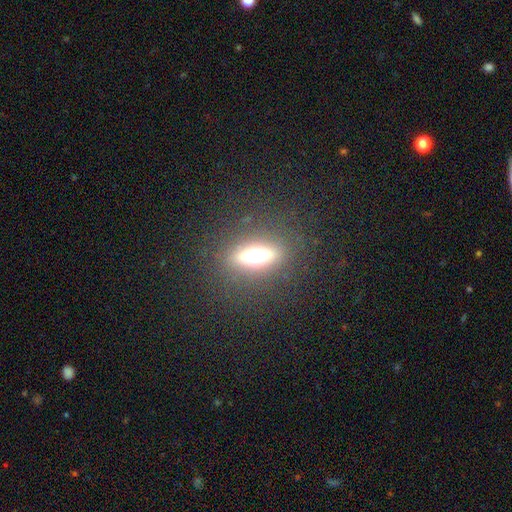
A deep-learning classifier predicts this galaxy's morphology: Q: Smooth or featured?
A: featured or disk (41%); tied with: smooth (41%)
Q: Merging?
A: none (84%); runner-up: minor disturbance (9%)